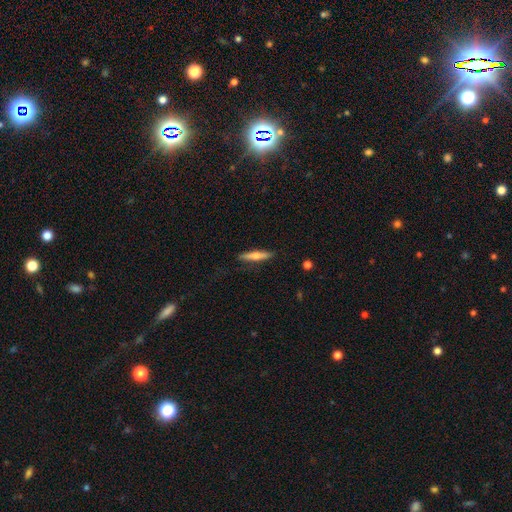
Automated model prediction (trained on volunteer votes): A smooth galaxy with no disk features (47%, tied with featured or disk). Merging: none (86%).